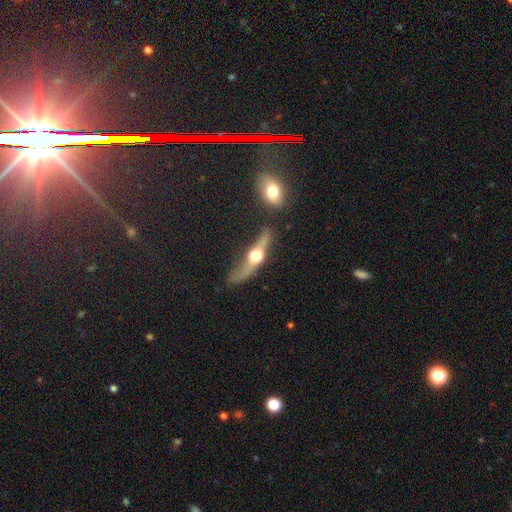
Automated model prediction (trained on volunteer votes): Smooth or featured?
  - featured or disk: 75% *
  - smooth: 18%
  - star or artifact: 7%
Edge-on disk?
  - yes: 88% *
  - no: 12%
Edge-on bulge?
  - rounded: 96% *
  - boxy: 2%
  - none: 2%
Merging?
  - none: 62% *
  - minor disturbance: 18%
  - major disturbance: 11%
  - merger: 9%